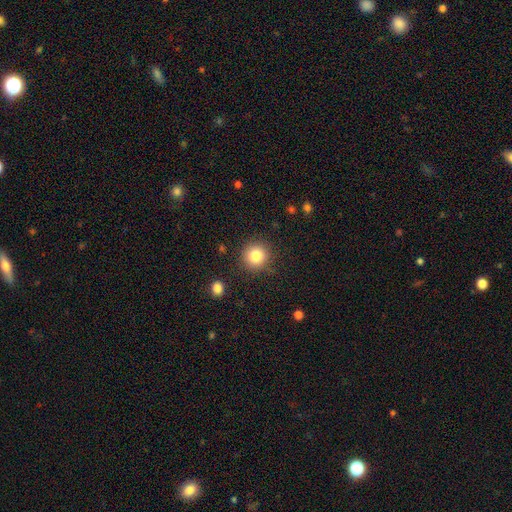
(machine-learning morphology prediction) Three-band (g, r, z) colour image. It shows a smooth galaxy with no disk features (82%) that is round (94%). Merging: none (88%).